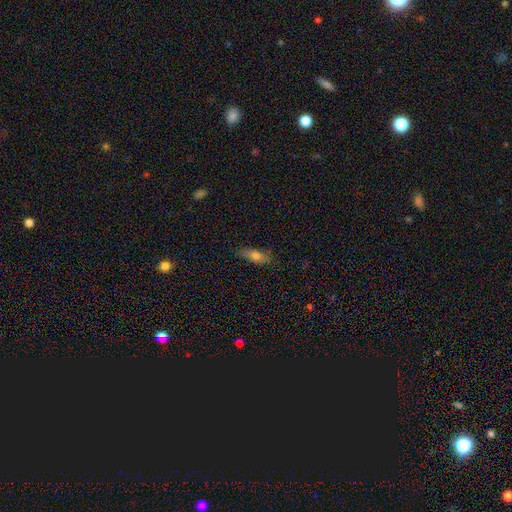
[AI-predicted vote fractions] Morphology: type=smooth (72%); roundness=in between (65%); merging=none (71%).